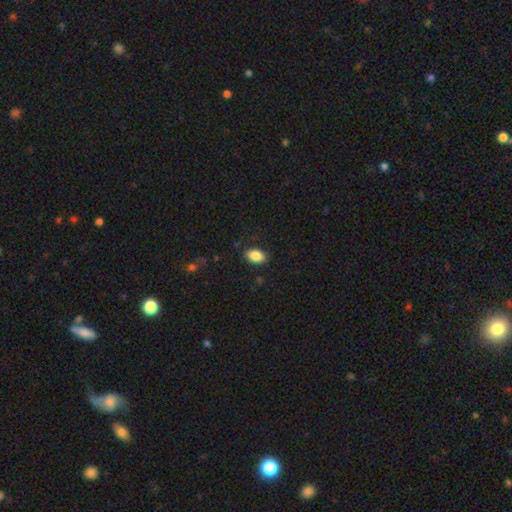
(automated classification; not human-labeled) Smooth or featured?
  - smooth: 86% *
  - star or artifact: 8%
  - featured or disk: 6%
How rounded?
  - in between: 87% *
  - round: 12%
  - cigar-shaped: 1%
Merging?
  - none: 85% *
  - minor disturbance: 11%
  - major disturbance: 3%
  - merger: 1%